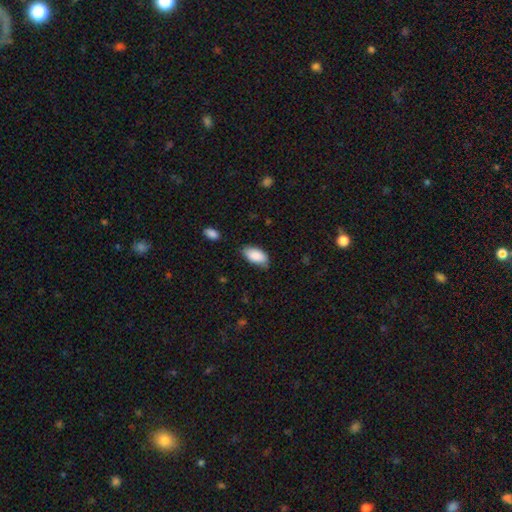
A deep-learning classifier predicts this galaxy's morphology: type=smooth (88%); roundness=in between (94%); merging=none (75%).